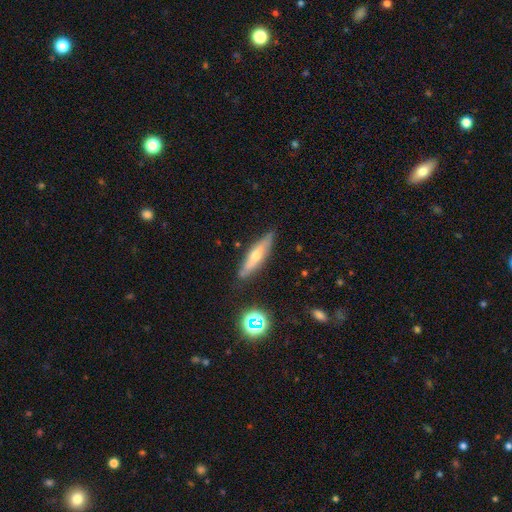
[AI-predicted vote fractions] Overall: featured or disk (53%; smooth 38%). Edge-on disk: yes (82%). Merging: none (79%).